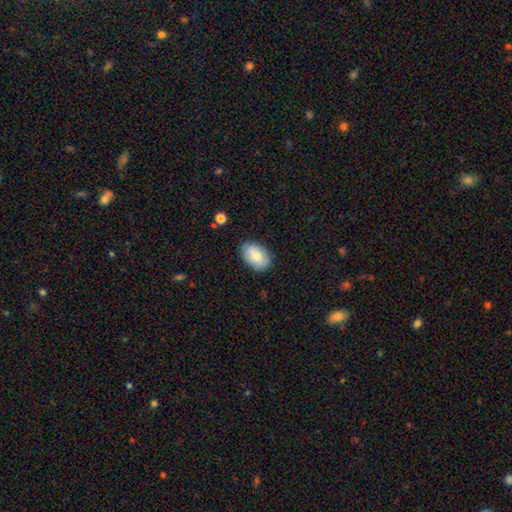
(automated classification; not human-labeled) smooth_or_featured: smooth (p=0.78) [alt: featured or disk p=0.15]
how_rounded: in between (p=0.89) [alt: round p=0.10]
merging: none (p=0.83) [alt: minor disturbance p=0.13]